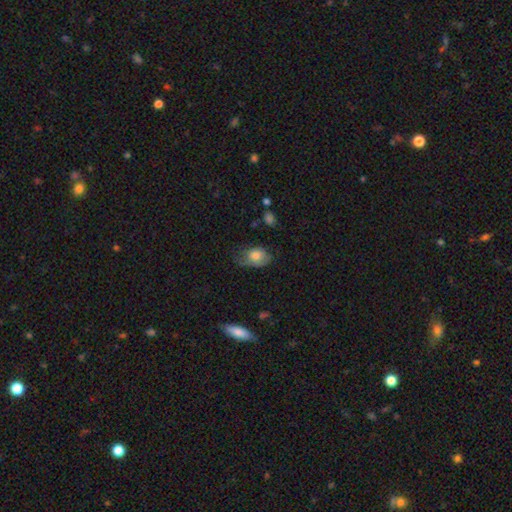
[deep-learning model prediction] smooth-or-featured: smooth: 70% | featured or disk: 22% | star or artifact: 8%
  how-rounded: in between: 79% | round: 20% | cigar-shaped: 1%
  merging: none: 42% | minor disturbance: 35% | major disturbance: 20% | merger: 2%